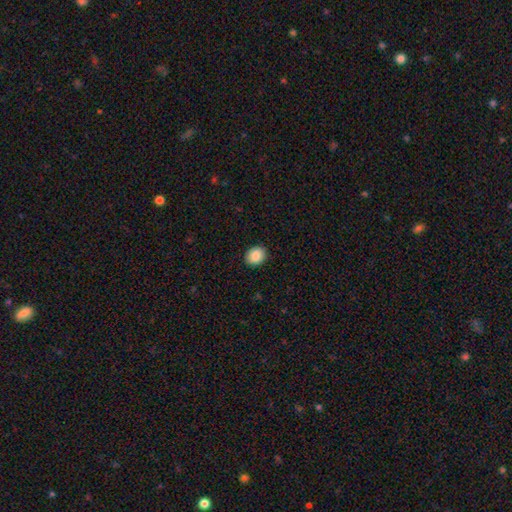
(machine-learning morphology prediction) smooth_or_featured: smooth (p=0.88) [alt: star or artifact p=0.08]
how_rounded: round (p=0.51) [alt: in between p=0.48]
merging: none (p=0.90) [alt: minor disturbance p=0.07]